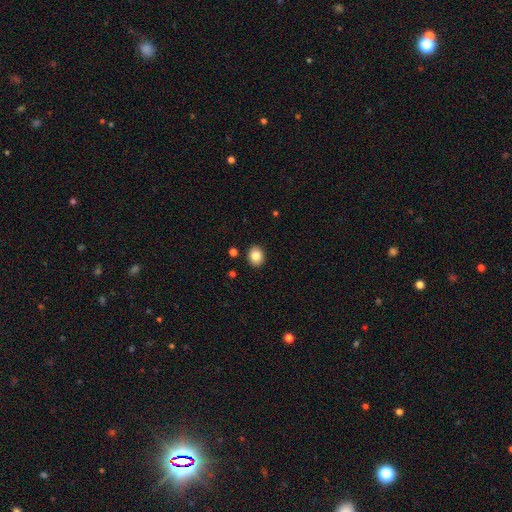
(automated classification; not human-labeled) Overall: smooth (83%). How rounded: round (58%; in between 41%). Merging: none (90%).